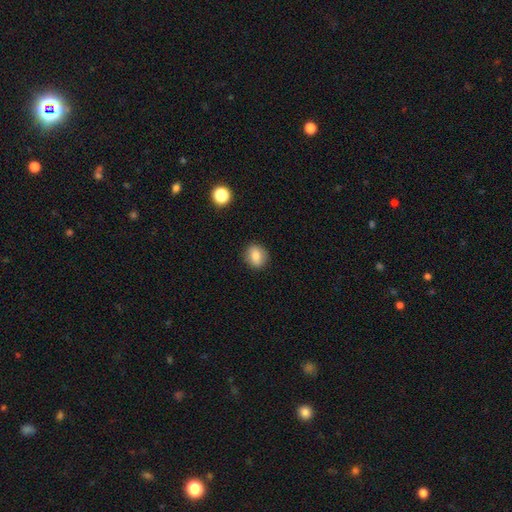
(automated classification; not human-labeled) Q: Smooth or featured?
A: smooth (79%); runner-up: featured or disk (11%)
Q: How rounded?
A: round (73%); runner-up: in between (26%)
Q: Merging?
A: none (88%); runner-up: minor disturbance (8%)